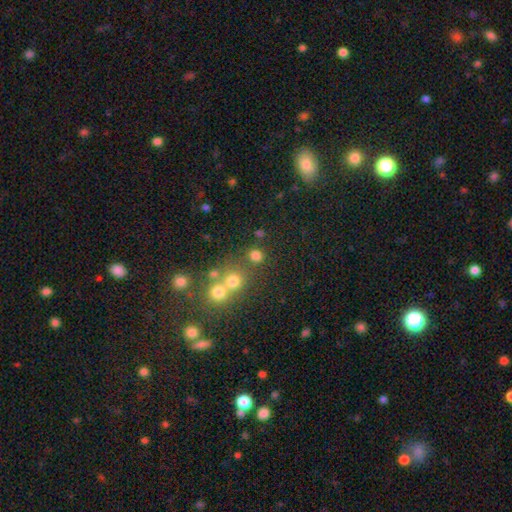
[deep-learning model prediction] smooth 75%, star or artifact 17%, featured or disk 8%. Down the decision tree: how rounded — round (84%); merging — none (69%).